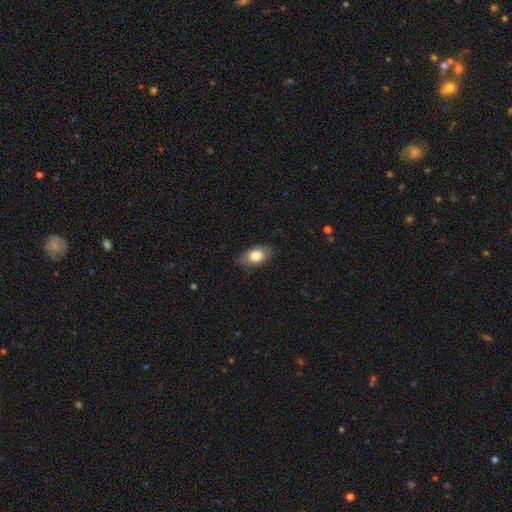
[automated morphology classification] Smooth or featured? smooth (79%)
How rounded? in between (90%)
Merging? none (80%)